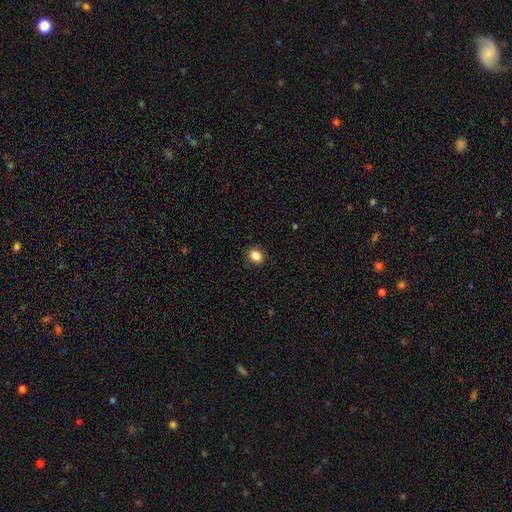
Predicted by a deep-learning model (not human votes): A smooth galaxy with no disk features (87%) that is in between round and cigar-shaped (55%).

Vote fractions:
- Smooth or featured? smooth: 87% / star or artifact: 10% / featured or disk: 4%
- How rounded? in between: 55% / round: 44% / cigar-shaped: 1%
- Merging? none: 89% / minor disturbance: 8% / major disturbance: 2% / merger: 1%